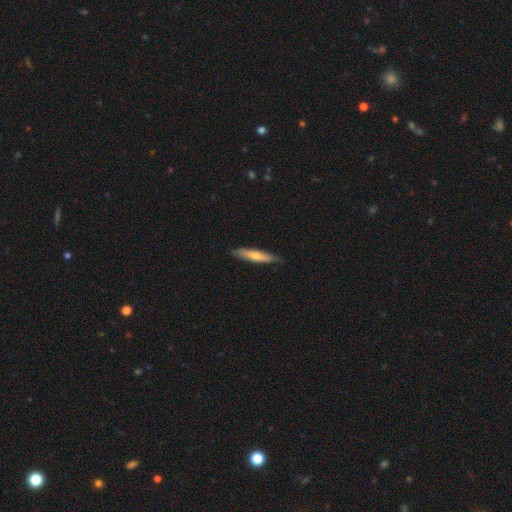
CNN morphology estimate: The model was most divided on "smooth or featured": smooth: 62%, featured or disk: 33%, star or artifact: 5%. More confident: how rounded — cigar-shaped (88%); merging — none (85%).